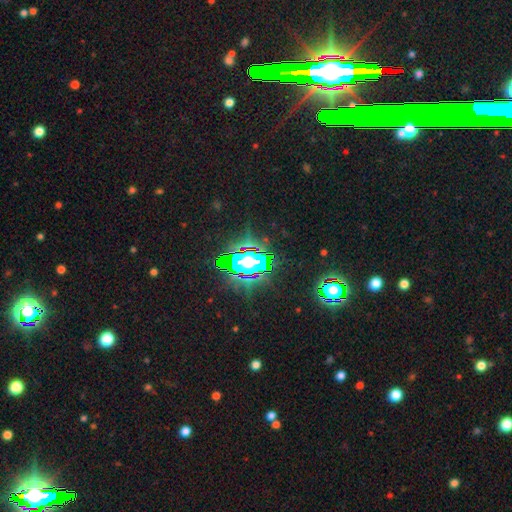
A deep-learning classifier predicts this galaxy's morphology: smooth_or_featured: star or artifact (p=0.78) [alt: smooth p=0.11]